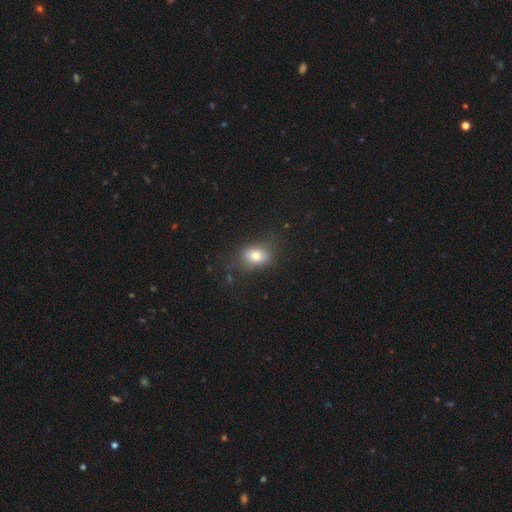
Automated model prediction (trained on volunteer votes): This is likely a smooth galaxy (77%). How rounded: likely in between (72%). Merging: likely none (71%).